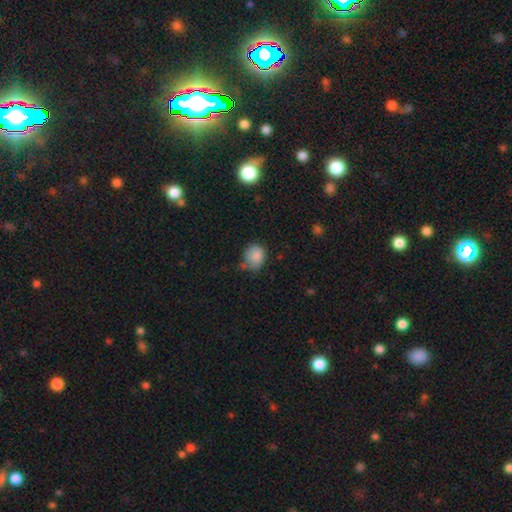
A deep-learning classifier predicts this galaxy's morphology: This is clearly a smooth galaxy (82%). How rounded: likely round (65%). Merging: possibly none (50%).